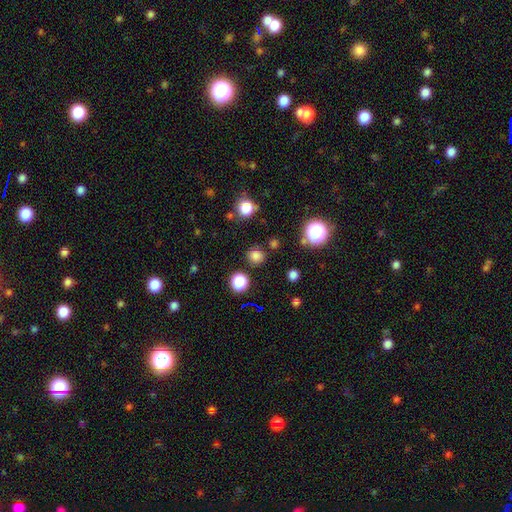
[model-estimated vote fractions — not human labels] Smooth or featured?
  - smooth: 75% *
  - star or artifact: 20%
  - featured or disk: 5%
How rounded?
  - round: 89% *
  - in between: 10%
  - cigar-shaped: 1%
Merging?
  - none: 85% *
  - minor disturbance: 8%
  - merger: 3%
  - major disturbance: 3%